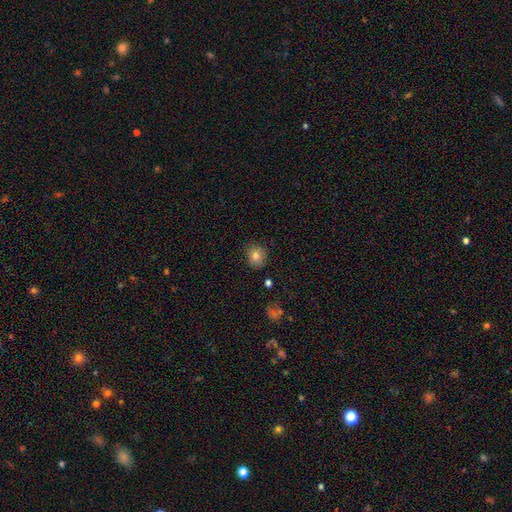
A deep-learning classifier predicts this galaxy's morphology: A smooth galaxy with no disk features (79%) that is round (82%).

Vote fractions:
- Smooth or featured? smooth: 79% / star or artifact: 12% / featured or disk: 9%
- How rounded? round: 82% / in between: 17% / cigar-shaped: 1%
- Merging? none: 84% / minor disturbance: 11% / major disturbance: 2% / merger: 2%